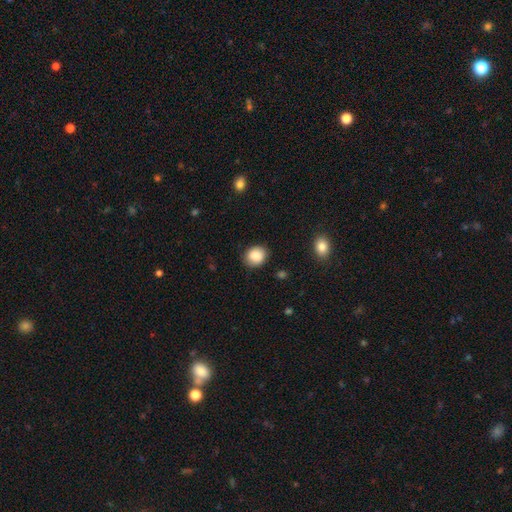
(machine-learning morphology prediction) This is clearly a smooth galaxy (87%). How rounded: likely round (71%). Merging: clearly none (85%).